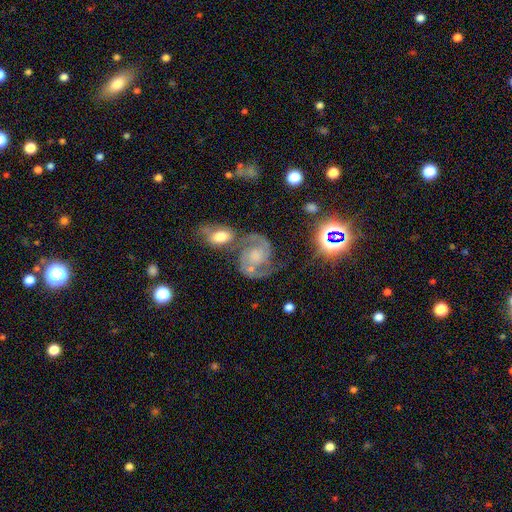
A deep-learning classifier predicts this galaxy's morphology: Smooth or featured: featured or disk — 82% (smooth — 10%)
Edge-on disk: no — 98% (yes — 2%)
Bar: no — 67% (weak — 27%)
Spiral arms: yes — 95% (no — 5%)
Spiral winding: medium — 55% (tight — 27%)
Spiral arm count: 2 — 91% (can't tell — 4%)
Bulge size: moderate — 31% (small — 26%)
Merging: none — 51% (merger — 22%)